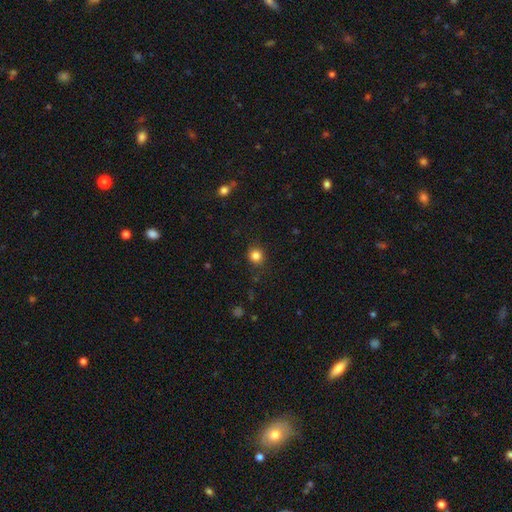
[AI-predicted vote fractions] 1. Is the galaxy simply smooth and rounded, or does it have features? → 83% smooth, 12% star or artifact, 5% featured or disk.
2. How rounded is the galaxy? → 89% round, 10% in between, 1% cigar-shaped.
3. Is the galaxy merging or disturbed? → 89% none, 8% minor disturbance, 2% major disturbance, 1% merger.